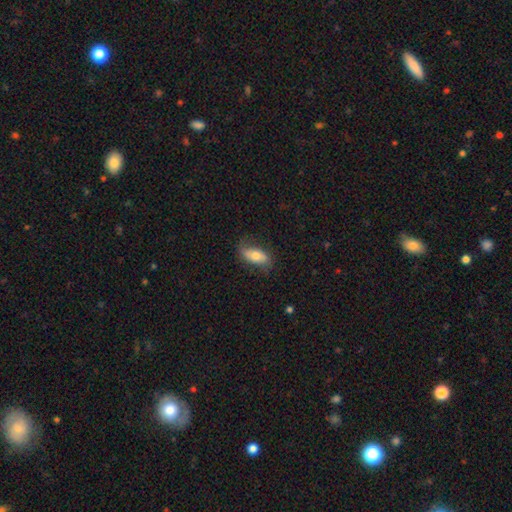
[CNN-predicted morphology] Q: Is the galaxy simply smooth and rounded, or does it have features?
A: smooth — 66%.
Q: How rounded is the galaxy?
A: in between — 84%.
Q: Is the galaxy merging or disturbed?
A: none — 70%.